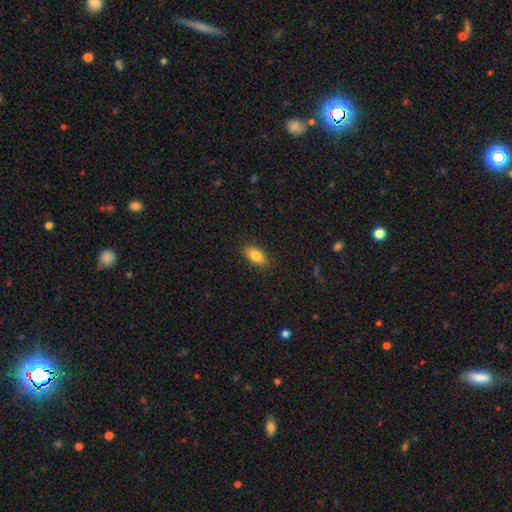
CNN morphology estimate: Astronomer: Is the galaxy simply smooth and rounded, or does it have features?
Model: smooth — 85%.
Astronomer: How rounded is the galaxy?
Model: in between — 90%.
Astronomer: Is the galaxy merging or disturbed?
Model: none — 87%.